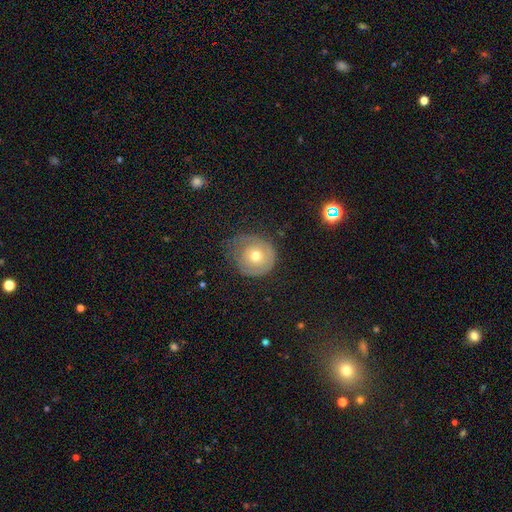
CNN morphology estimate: Smooth or featured: smooth — 52% (featured or disk — 40%)
How rounded: round — 88% (in between — 11%)
Merging: none — 50% (minor disturbance — 30%)